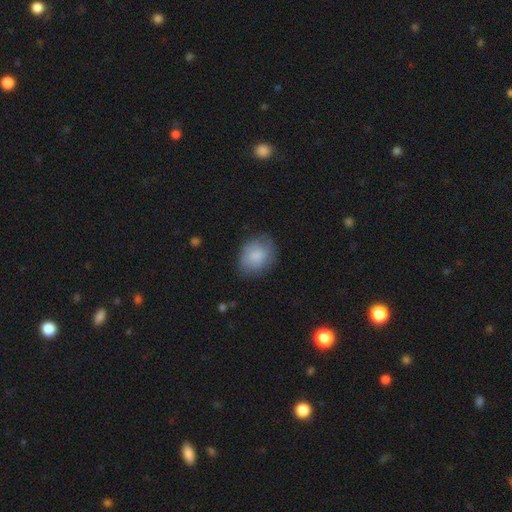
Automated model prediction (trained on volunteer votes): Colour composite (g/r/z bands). It shows a smooth galaxy with no disk features (81%) that is round (51%). Merging: none (70%).